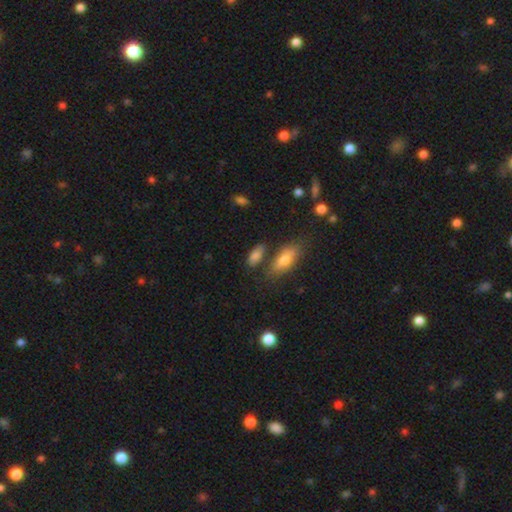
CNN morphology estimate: A smooth galaxy with no disk features (80%) that is in between round and cigar-shaped (81%). Merging: none (64%).